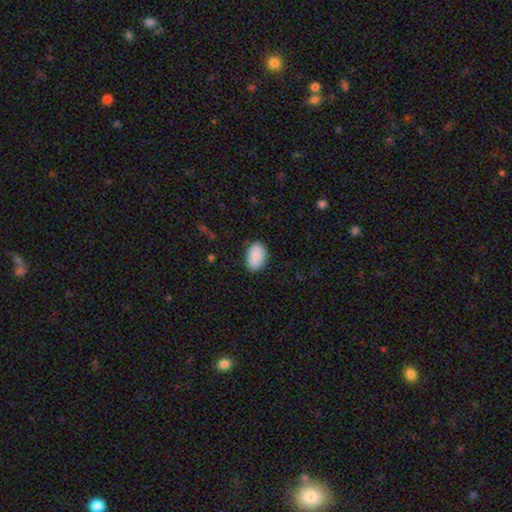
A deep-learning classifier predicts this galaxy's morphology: smooth_or_featured: smooth (p=0.87) [alt: featured or disk p=0.07]
how_rounded: in between (p=0.89) [alt: round p=0.10]
merging: none (p=0.84) [alt: minor disturbance p=0.12]